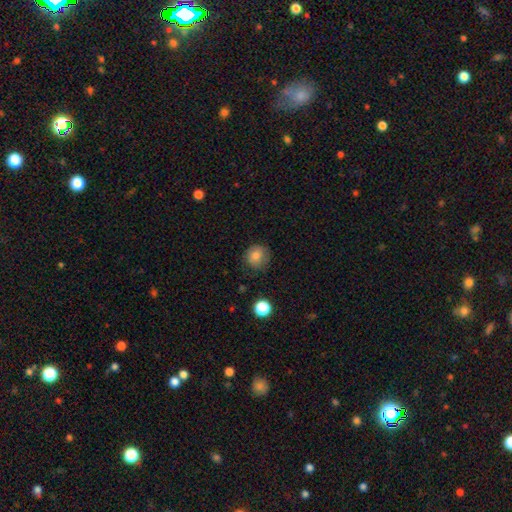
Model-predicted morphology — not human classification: Overall: smooth (81%). How rounded: round (88%). Merging: none (76%).